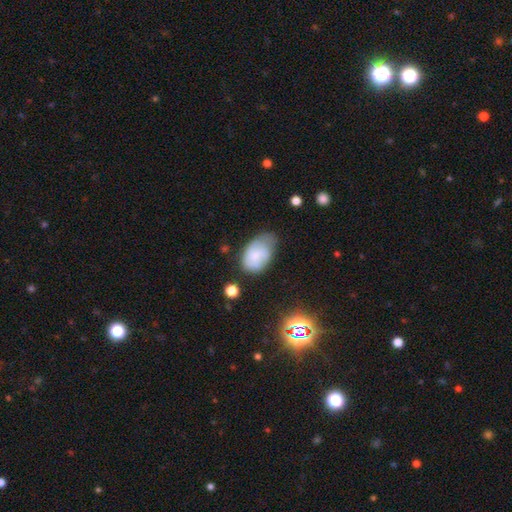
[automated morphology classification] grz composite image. It shows a smooth galaxy with no disk features (63%) that is in between round and cigar-shaped (88%). Merging: none (41%).